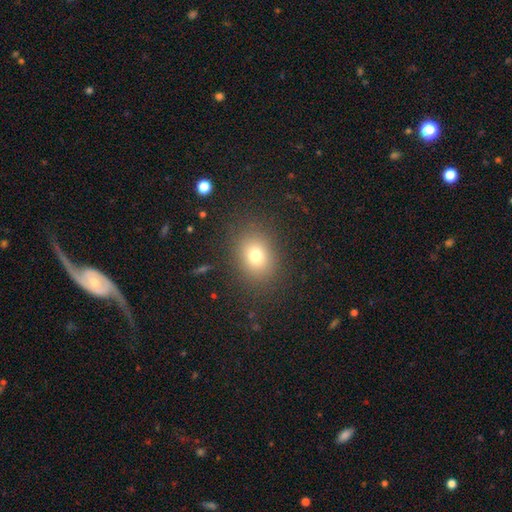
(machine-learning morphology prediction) Overall: smooth (75%). How rounded: round (53%; in between 46%). Merging: none (85%).